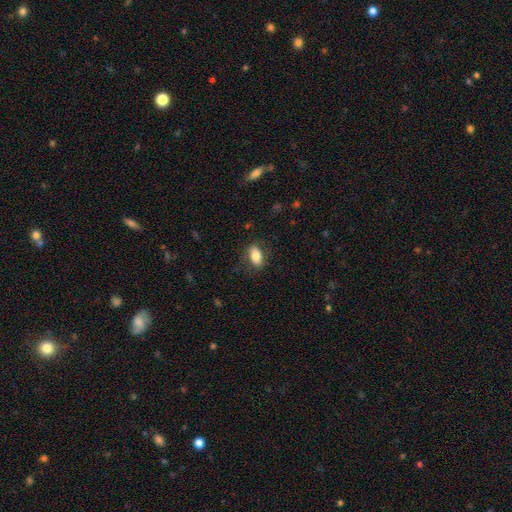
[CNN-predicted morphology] Smooth or featured: smooth — 80% (featured or disk — 13%)
How rounded: in between — 89% (round — 7%)
Merging: none — 82% (minor disturbance — 13%)